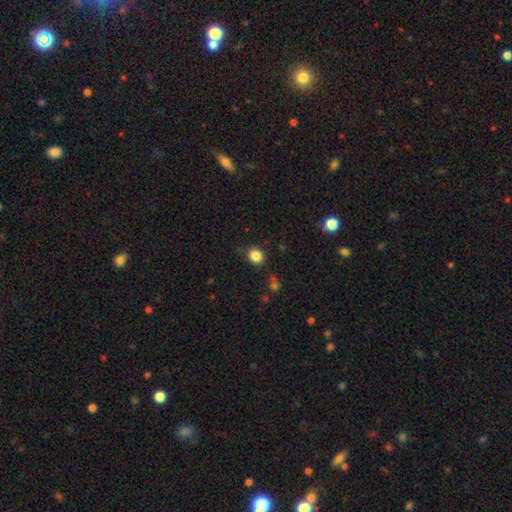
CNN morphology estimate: The model was most divided on "how rounded": round: 77%, in between: 22%, cigar-shaped: 1%. More confident: smooth or featured — smooth (84%); merging — none (76%).